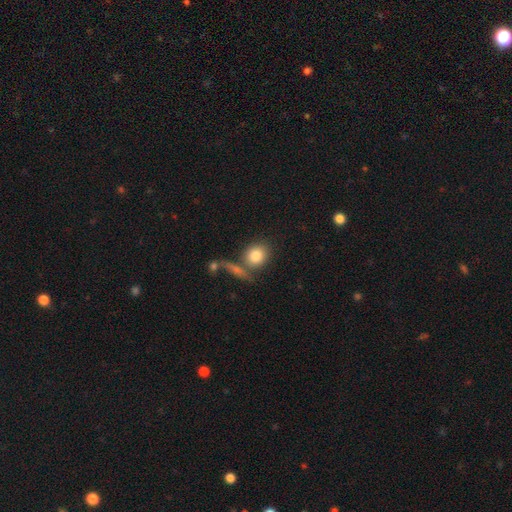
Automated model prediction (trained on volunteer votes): Smooth or featured: smooth — 81% (featured or disk — 11%)
How rounded: round — 75% (in between — 23%)
Merging: none — 62% (merger — 22%)